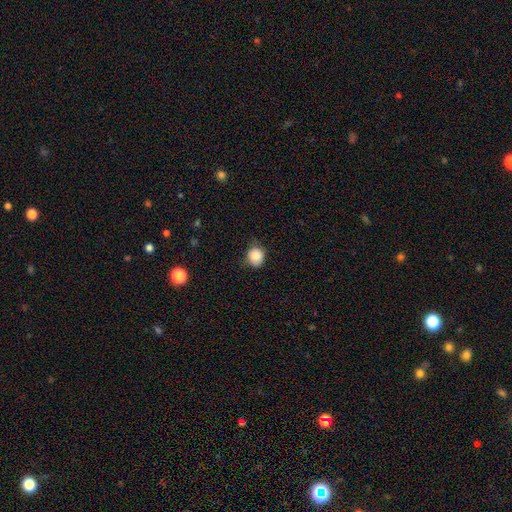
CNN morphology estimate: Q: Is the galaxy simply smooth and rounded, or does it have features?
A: smooth — 86%.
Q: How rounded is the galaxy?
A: round — 75%.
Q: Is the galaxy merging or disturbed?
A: none — 72%.